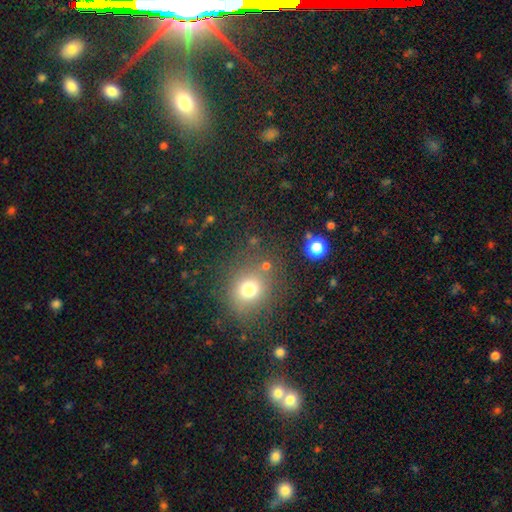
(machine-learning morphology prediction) A smooth galaxy with no disk features (51%) that is round (77%).

Vote fractions:
- Smooth or featured? smooth: 51% / star or artifact: 38% / featured or disk: 11%
- How rounded? round: 77% / in between: 21% / cigar-shaped: 2%
- Merging? none: 82% / minor disturbance: 10% / merger: 5% / major disturbance: 4%